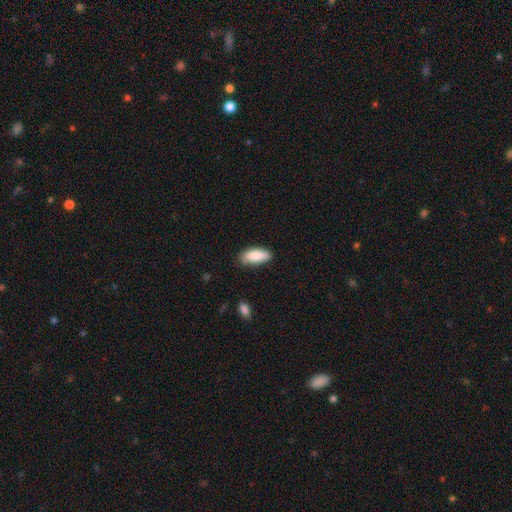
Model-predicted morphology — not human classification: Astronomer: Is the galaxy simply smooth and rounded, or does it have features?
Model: smooth — 86%.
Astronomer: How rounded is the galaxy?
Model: in between — 81%.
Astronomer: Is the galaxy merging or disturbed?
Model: none — 76%.